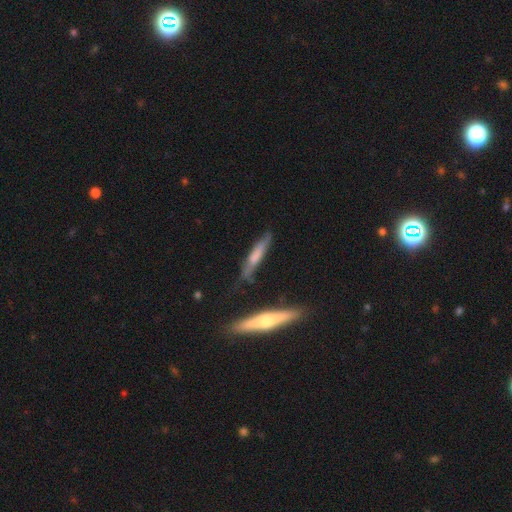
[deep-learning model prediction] This appears to be a smooth galaxy with no disk features (51%) that is cigar-shaped (90%). Merging: none (72%).